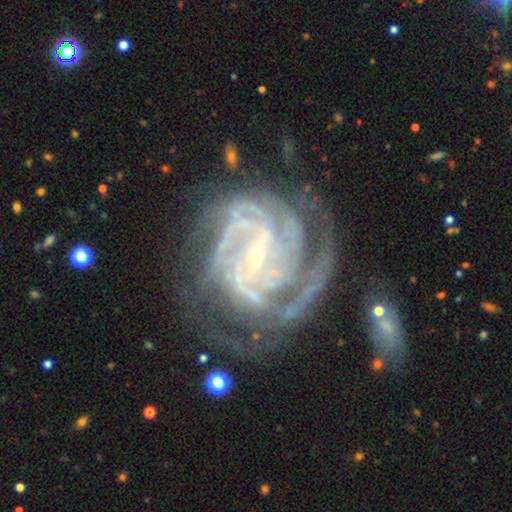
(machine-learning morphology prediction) A featured or disk galaxy (91%) with a weak bar (40%), 4 (31%) tight (65%) spiral arms (98%) and a small central bulge (83%). Merging: none (63%).